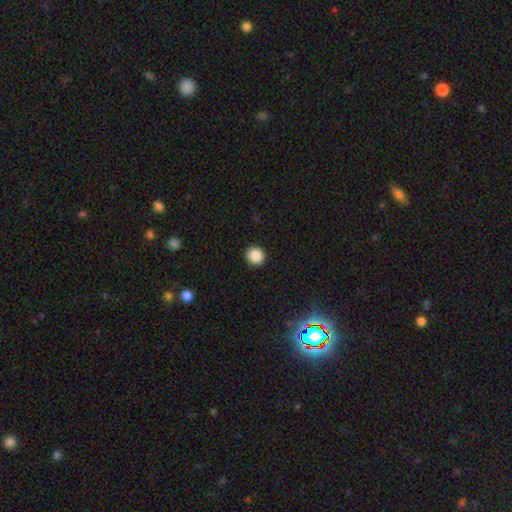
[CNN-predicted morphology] Smooth or featured?
  - smooth: 87% *
  - star or artifact: 9%
  - featured or disk: 4%
How rounded?
  - round: 93% *
  - in between: 6%
  - cigar-shaped: 1%
Merging?
  - none: 93% *
  - minor disturbance: 4%
  - major disturbance: 2%
  - merger: 1%